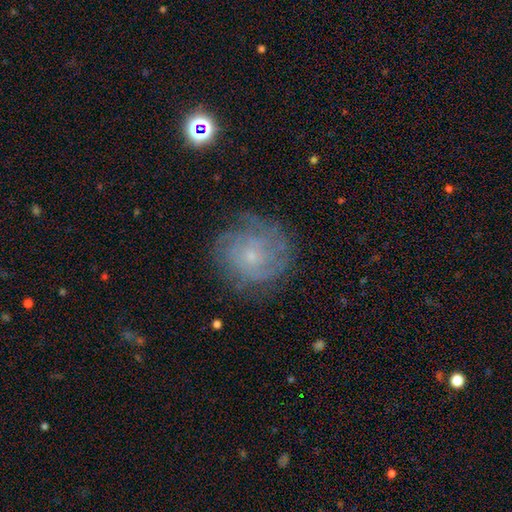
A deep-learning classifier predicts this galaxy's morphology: smooth_or_featured: featured or disk (p=0.63) [alt: smooth p=0.21]
disk_edge_on: no (p=0.97) [alt: yes p=0.03]
bar: no (p=0.80) [alt: weak p=0.17]
has_spiral_arms: yes (p=0.91) [alt: no p=0.09]
spiral_winding: tight (p=0.70) [alt: medium p=0.24]
spiral_arm_count: can't tell (p=0.47) [alt: 3 p=0.14]
bulge_size: small (p=0.76) [alt: moderate p=0.17]
merging: none (p=0.77) [alt: minor disturbance p=0.15]